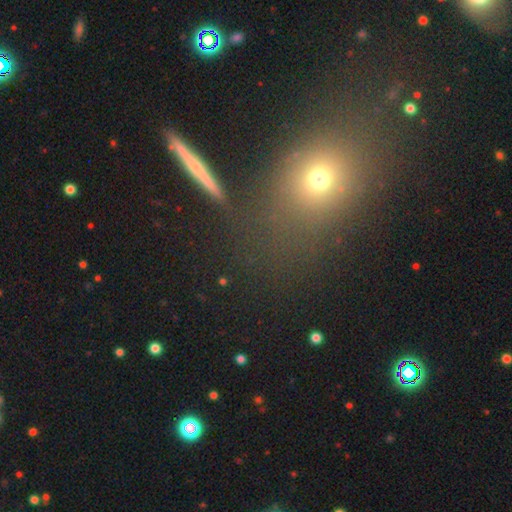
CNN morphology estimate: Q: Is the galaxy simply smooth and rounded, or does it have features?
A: smooth — 49%.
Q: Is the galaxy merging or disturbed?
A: none — 80%.